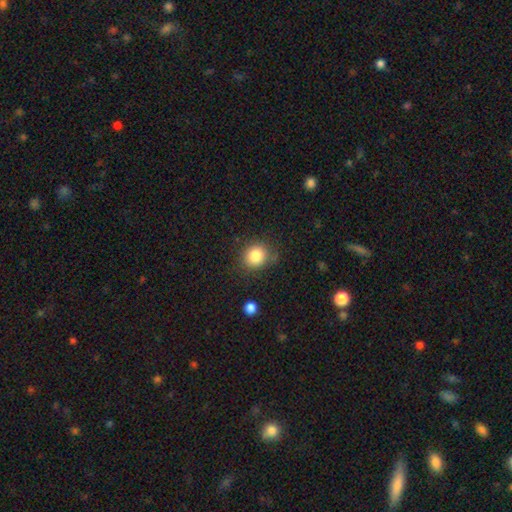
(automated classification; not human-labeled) smooth 84%, star or artifact 10%, featured or disk 6%. Down the decision tree: how rounded — round (76%); merging — none (78%).